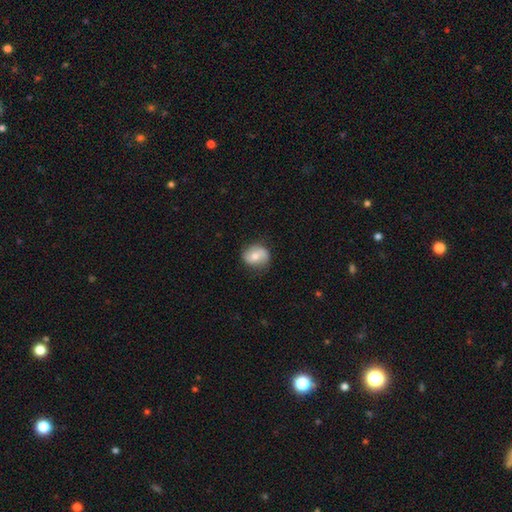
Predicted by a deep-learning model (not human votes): This is possibly a smooth galaxy (56%). How rounded: likely round (64%). Merging: likely none (76%).